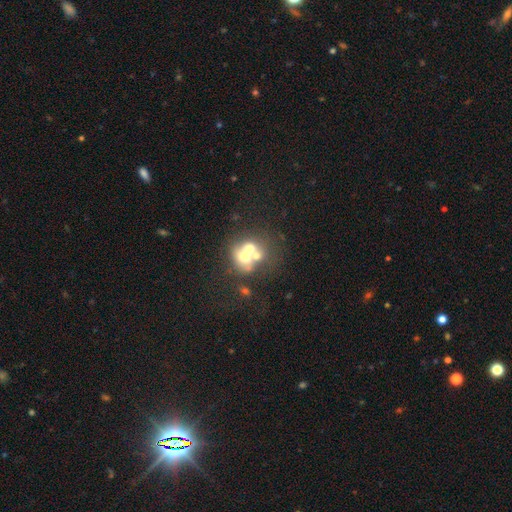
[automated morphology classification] Smooth or featured?
  - smooth: 51% *
  - featured or disk: 36%
  - star or artifact: 13%
How rounded?
  - round: 69% *
  - in between: 30%
  - cigar-shaped: 1%
Merging?
  - merger: 60% *
  - none: 26%
  - minor disturbance: 8%
  - major disturbance: 6%